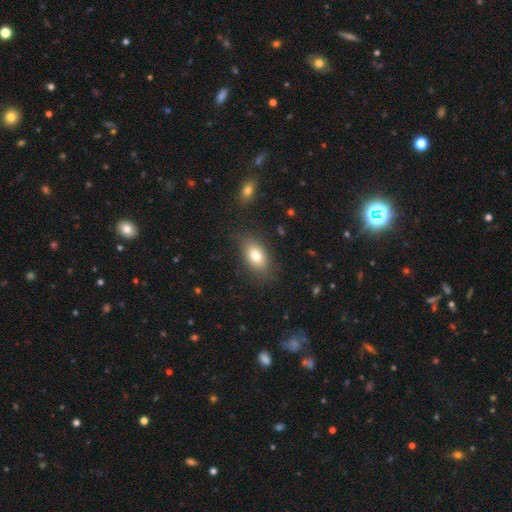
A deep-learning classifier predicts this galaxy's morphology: A smooth galaxy with no disk features (76%) that is in between round and cigar-shaped (86%). Merging: none (80%).